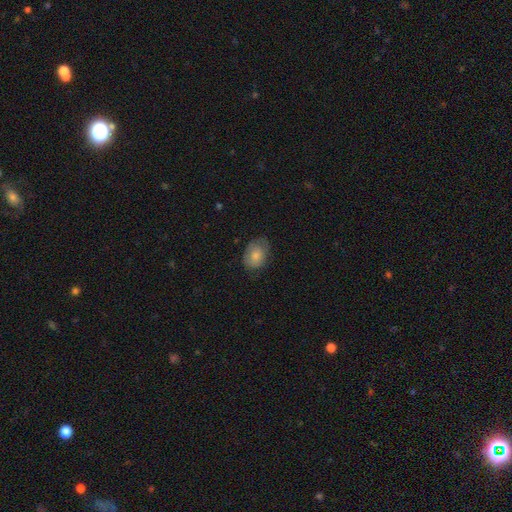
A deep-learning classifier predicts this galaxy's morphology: type=smooth (77%); roundness=in between (72%); merging=none (64%).